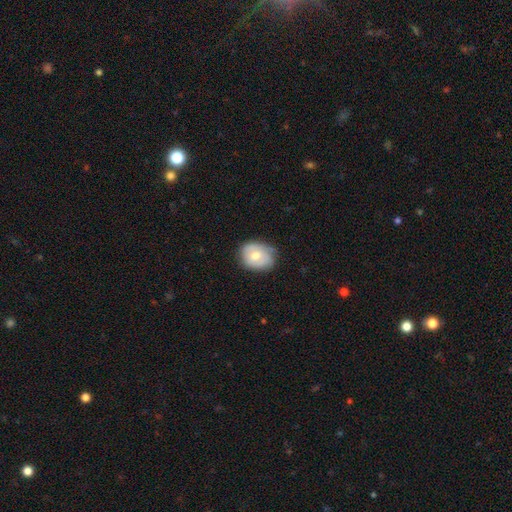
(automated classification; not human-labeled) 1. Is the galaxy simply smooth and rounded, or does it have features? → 58% smooth, 35% featured or disk, 7% star or artifact.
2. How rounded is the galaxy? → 51% in between, 48% round, 1% cigar-shaped.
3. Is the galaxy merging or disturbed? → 65% none, 28% minor disturbance, 6% major disturbance, 1% merger.